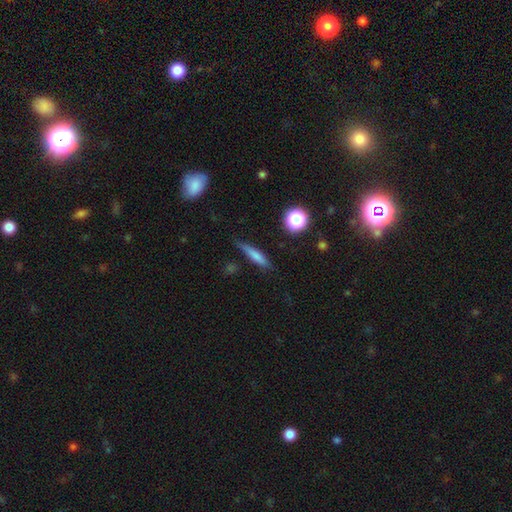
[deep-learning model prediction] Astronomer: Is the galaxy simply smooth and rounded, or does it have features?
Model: smooth — 69%.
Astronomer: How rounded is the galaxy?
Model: cigar-shaped — 82%.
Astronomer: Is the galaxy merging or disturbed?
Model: none — 73%.